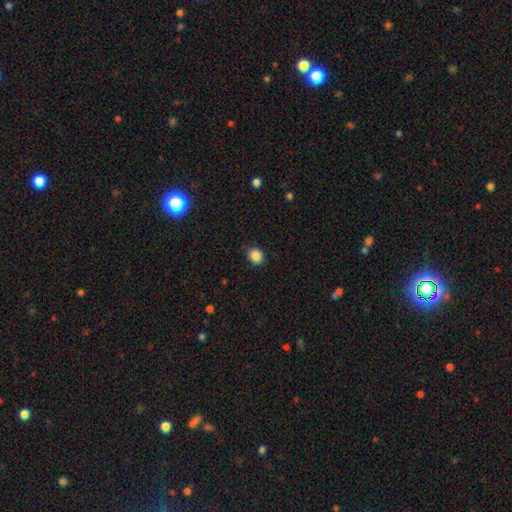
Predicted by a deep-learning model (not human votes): smooth-or-featured: smooth: 87% | star or artifact: 10% | featured or disk: 3%
  how-rounded: round: 73% | in between: 26% | cigar-shaped: 1%
  merging: none: 87% | minor disturbance: 10% | major disturbance: 2% | merger: 1%